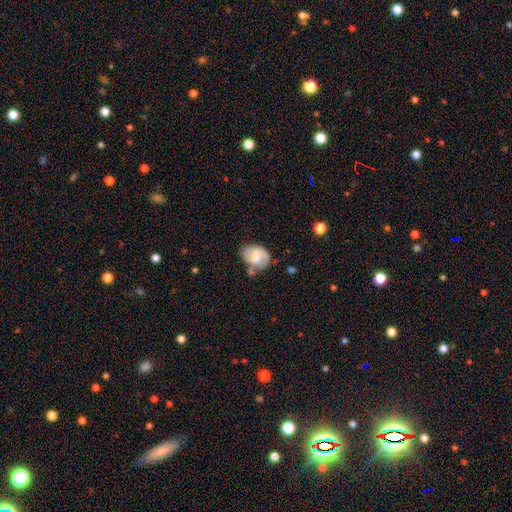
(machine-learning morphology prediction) featured or disk 63%, smooth 30%, star or artifact 7%. Down the decision tree: edge-on disk — no (97%); bar — weak (51%); spiral arms — yes (88%); spiral arm count — 2 (78%); spiral winding — medium (47%); bulge size — moderate (48%); merging — none (57%).